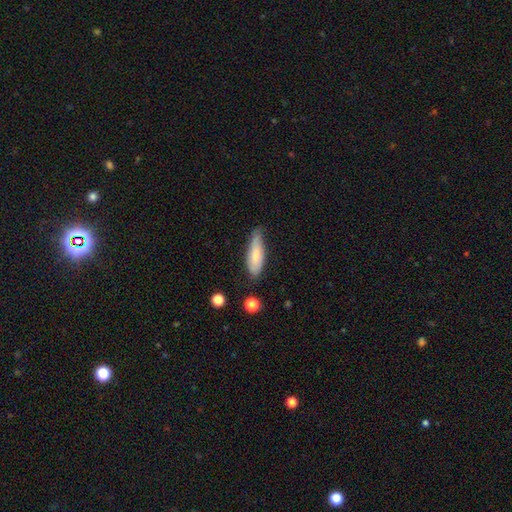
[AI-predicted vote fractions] Overall: smooth (77%). How rounded: in between (58%; cigar-shaped 40%). Merging: none (61%; minor disturbance 31%).